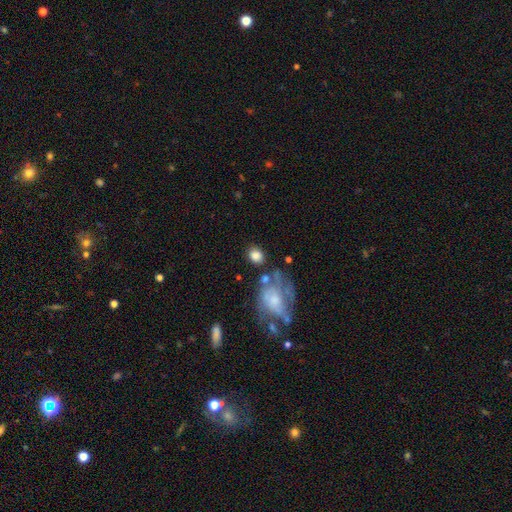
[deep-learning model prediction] smooth 81%, featured or disk 12%, star or artifact 8%. Down the decision tree: how rounded — round (56%); merging — none (67%).